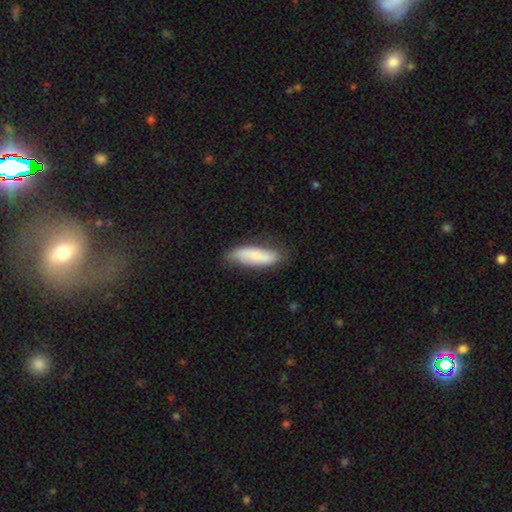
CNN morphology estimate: smooth 66%, featured or disk 28%, star or artifact 6%. Down the decision tree: how rounded — in between (53%); merging — none (70%).